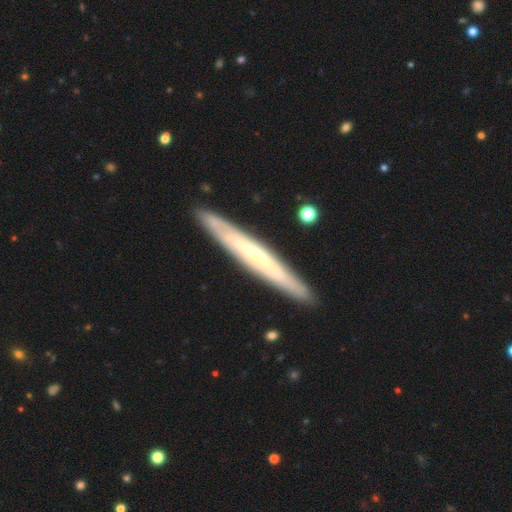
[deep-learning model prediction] Smooth or featured?
  - featured or disk: 65% *
  - smooth: 30%
  - star or artifact: 5%
Edge-on disk?
  - yes: 87% *
  - no: 13%
Edge-on bulge?
  - none: 58% *
  - rounded: 36%
  - boxy: 5%
Merging?
  - none: 90% *
  - minor disturbance: 7%
  - major disturbance: 1%
  - merger: 1%